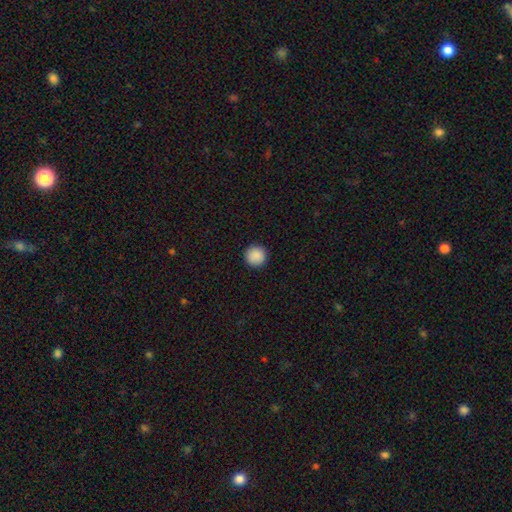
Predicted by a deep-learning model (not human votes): smooth_or_featured: smooth (p=0.89) [alt: star or artifact p=0.08]
how_rounded: round (p=0.96) [alt: in between p=0.03]
merging: none (p=0.93) [alt: minor disturbance p=0.04]